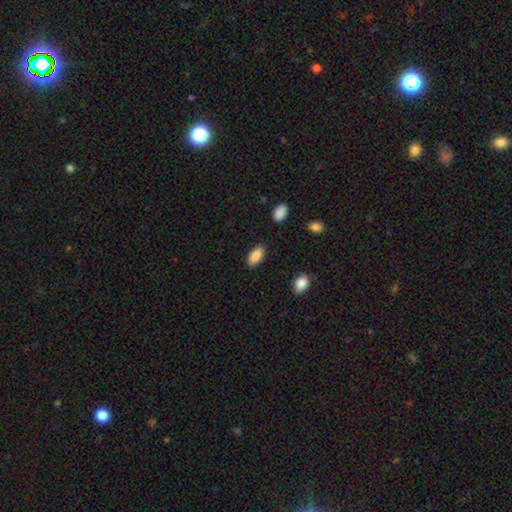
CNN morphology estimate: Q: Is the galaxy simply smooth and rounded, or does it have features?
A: smooth — 89%.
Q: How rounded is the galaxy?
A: in between — 90%.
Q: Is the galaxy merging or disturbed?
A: none — 85%.